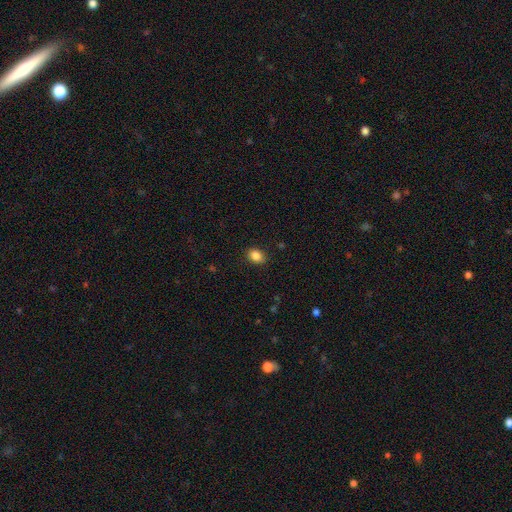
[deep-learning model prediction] Overall: smooth (87%). How rounded: in between (65%; round 34%). Merging: none (88%).